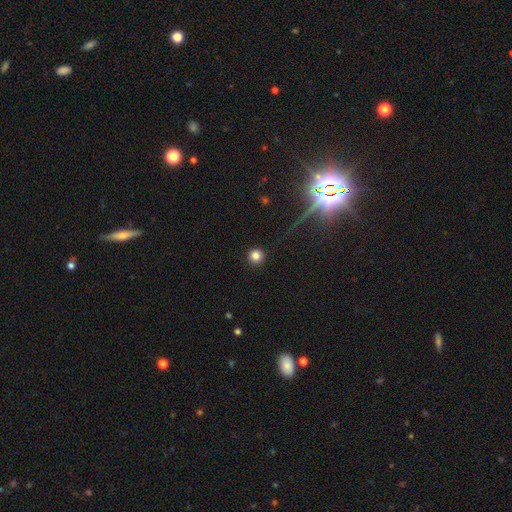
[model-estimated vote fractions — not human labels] Smooth or featured: smooth — 81% (star or artifact — 13%)
How rounded: round — 96% (in between — 3%)
Merging: none — 93% (minor disturbance — 4%)